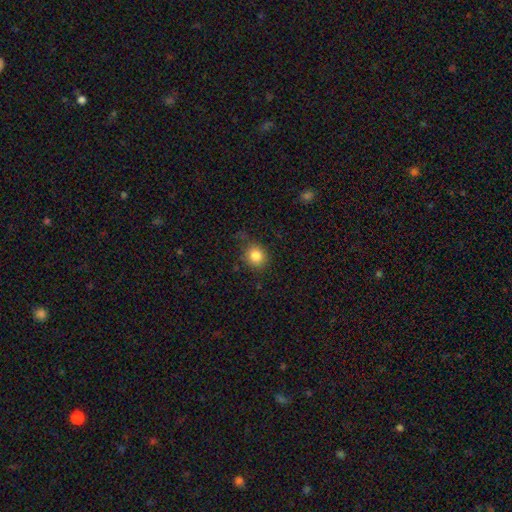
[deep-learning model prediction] Overall: smooth (83%). How rounded: round (80%). Merging: none (75%).